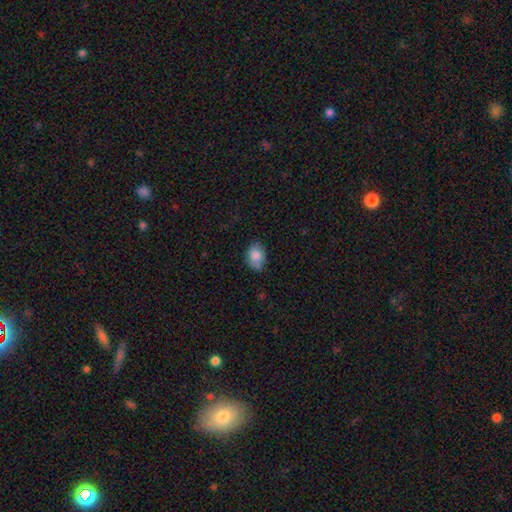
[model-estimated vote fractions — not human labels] This is clearly a smooth galaxy (85%). How rounded: likely in between (75%). Merging: likely none (69%).